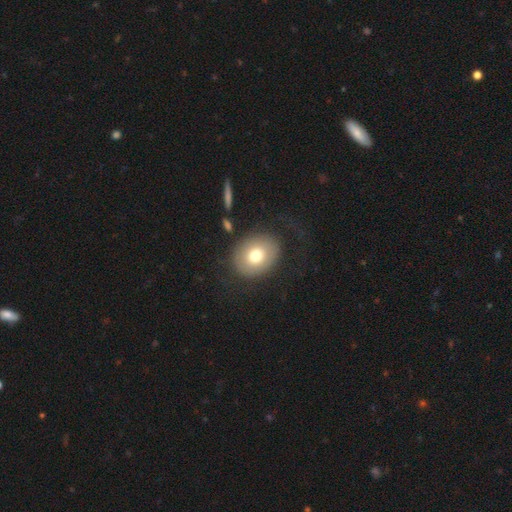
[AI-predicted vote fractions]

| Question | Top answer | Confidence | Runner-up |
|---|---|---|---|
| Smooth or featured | smooth | 71% | featured or disk (21%) |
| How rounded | round | 59% | in between (40%) |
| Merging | none | 77% | minor disturbance (12%) |